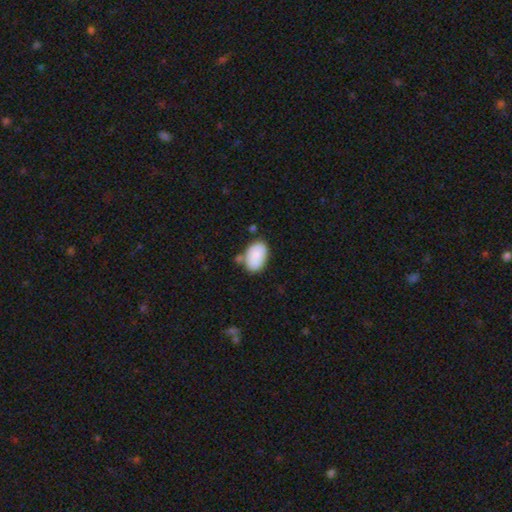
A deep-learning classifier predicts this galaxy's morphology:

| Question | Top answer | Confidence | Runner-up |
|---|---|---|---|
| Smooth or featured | smooth | 78% | featured or disk (16%) |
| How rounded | in between | 91% | round (8%) |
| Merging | none | 64% | minor disturbance (21%) |